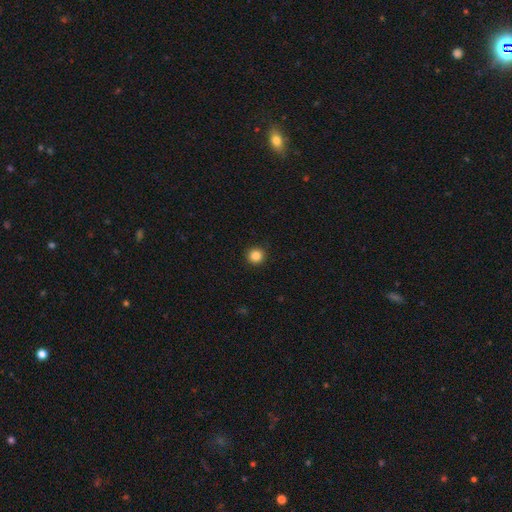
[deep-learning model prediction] smooth_or_featured: smooth (p=0.86) [alt: star or artifact p=0.11]
how_rounded: round (p=0.95) [alt: in between p=0.04]
merging: none (p=0.93) [alt: minor disturbance p=0.05]